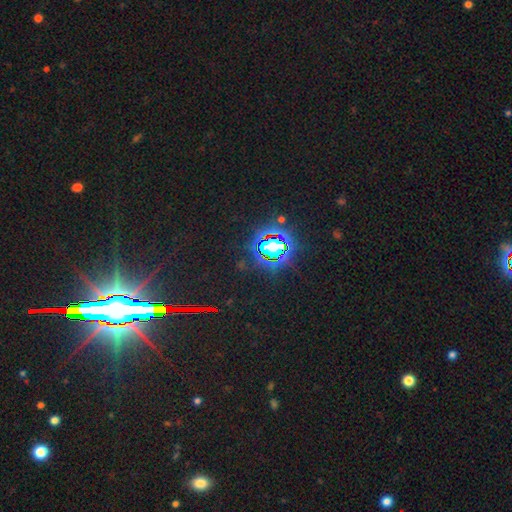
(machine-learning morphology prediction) smooth_or_featured: star or artifact (p=0.85) [alt: smooth p=0.07]